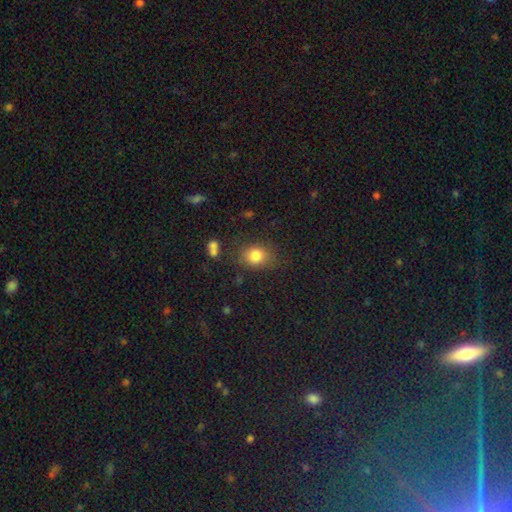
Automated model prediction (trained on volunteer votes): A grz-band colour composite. It shows a smooth galaxy with no disk features (82%) that is round (63%). Merging: none (77%).